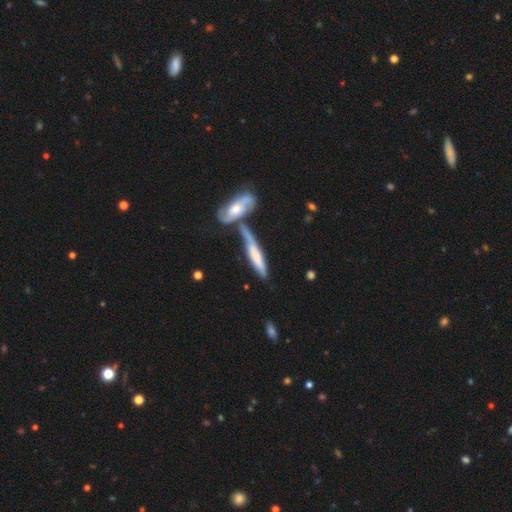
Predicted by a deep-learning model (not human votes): Smooth or featured?
  - smooth: 48% *
  - featured or disk: 46%
  - star or artifact: 6%
Merging?
  - merger: 45% *
  - none: 35%
  - minor disturbance: 14%
  - major disturbance: 6%